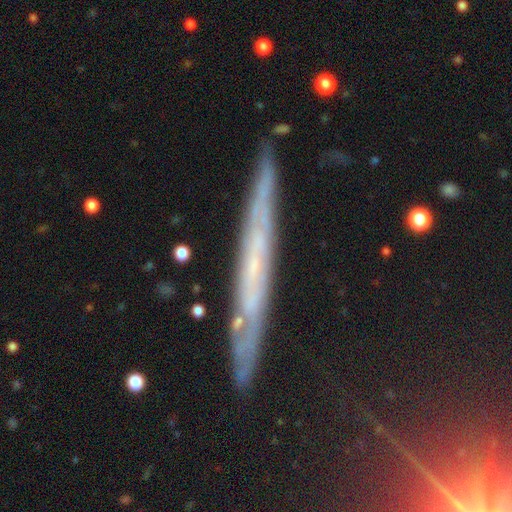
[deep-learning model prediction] A featured or disk galaxy (67%) viewed edge-on (87%) with no central bulge (83%). Merging: none (85%).